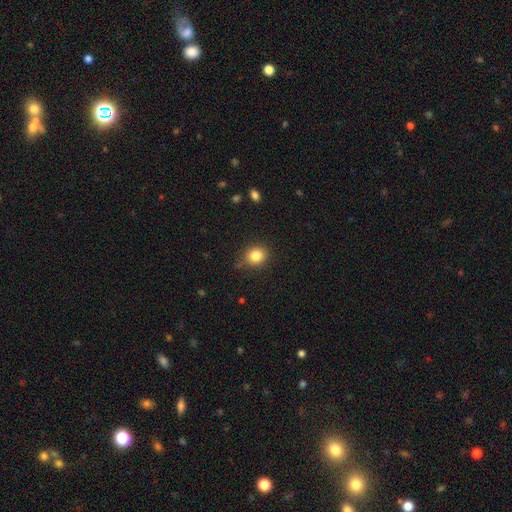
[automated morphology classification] Q: Smooth or featured?
A: smooth (83%); runner-up: star or artifact (11%)
Q: How rounded?
A: round (74%); runner-up: in between (25%)
Q: Merging?
A: none (77%); runner-up: minor disturbance (17%)